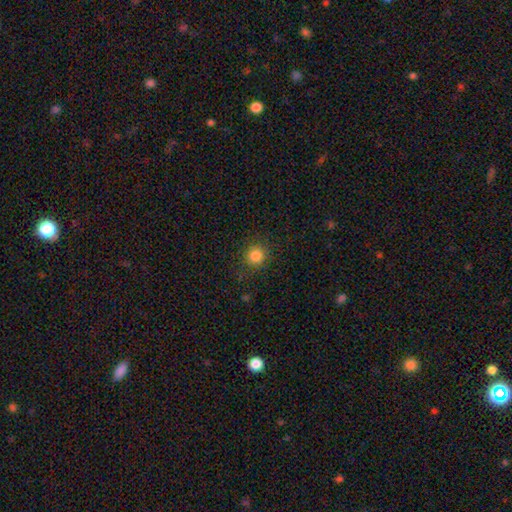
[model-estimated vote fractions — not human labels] This is clearly a smooth galaxy (84%). How rounded: clearly round (90%). Merging: clearly none (87%).